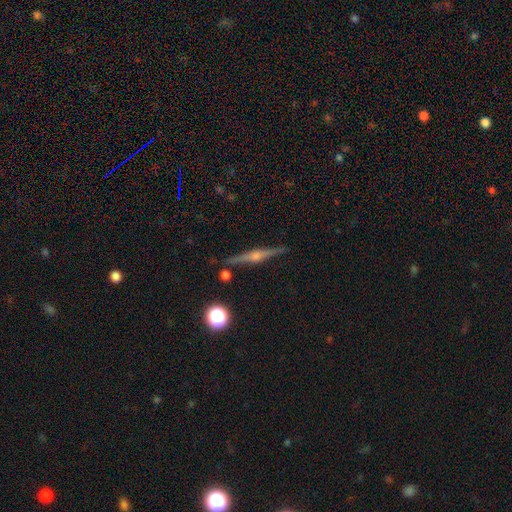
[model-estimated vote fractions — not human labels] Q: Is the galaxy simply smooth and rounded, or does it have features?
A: featured or disk — 82%.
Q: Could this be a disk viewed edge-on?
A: yes — 98%.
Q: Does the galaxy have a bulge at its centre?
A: rounded — 88%.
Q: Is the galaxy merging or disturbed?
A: none — 90%.